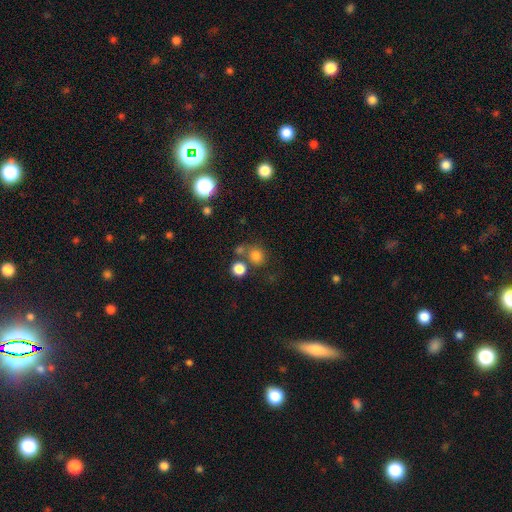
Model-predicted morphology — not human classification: This is likely a smooth galaxy (77%). How rounded: clearly round (85%). Merging: likely none (63%).